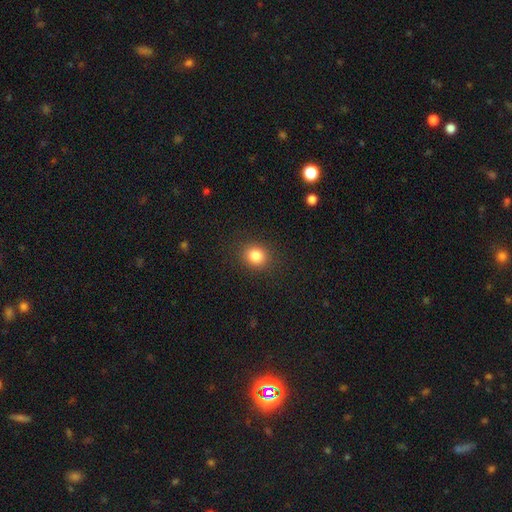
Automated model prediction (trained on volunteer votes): Smooth or featured? Predicted: smooth (p=0.83). How rounded? Predicted: round (p=0.75). Merging? Predicted: none (p=0.89).